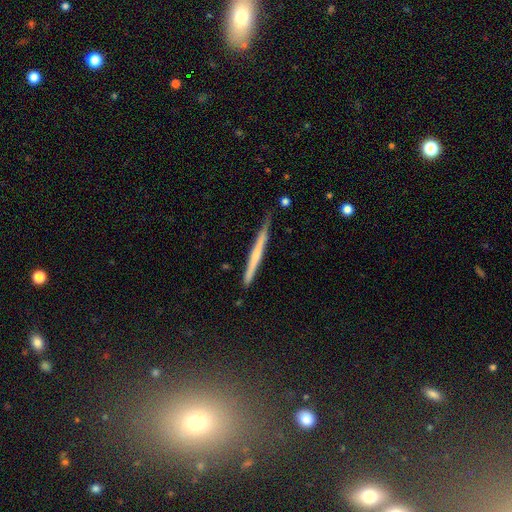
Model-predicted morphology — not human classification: Overall: featured or disk (53%; smooth 40%). Edge-on disk: yes (96%). Edge-on bulge: none (69%). Merging: none (79%).